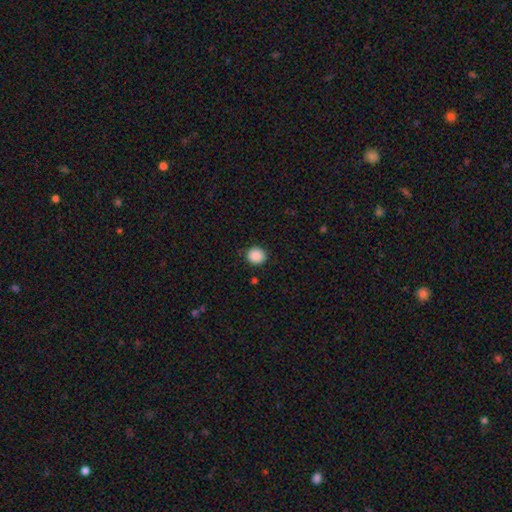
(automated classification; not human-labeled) Smooth or featured?
  - smooth: 89% *
  - star or artifact: 9%
  - featured or disk: 2%
How rounded?
  - round: 88% *
  - in between: 11%
  - cigar-shaped: 1%
Merging?
  - none: 89% *
  - minor disturbance: 8%
  - major disturbance: 2%
  - merger: 1%